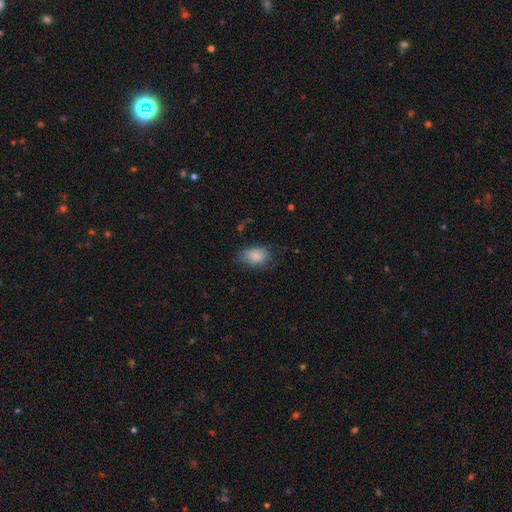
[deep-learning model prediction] Smooth or featured? Predicted: smooth (p=0.85). How rounded? Predicted: in between (p=0.85). Merging? Predicted: none (p=0.62).